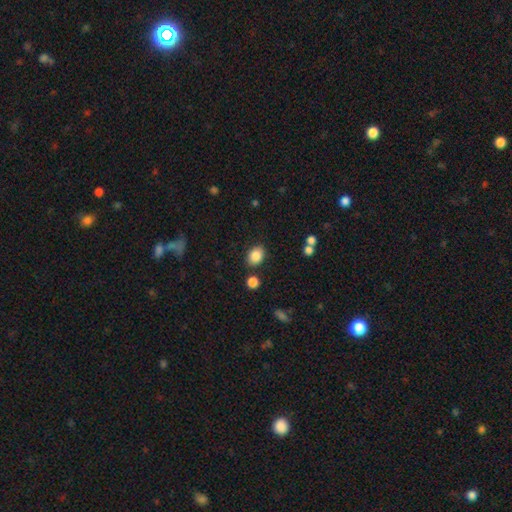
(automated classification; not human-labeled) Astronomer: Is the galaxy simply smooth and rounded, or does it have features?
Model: smooth — 85%.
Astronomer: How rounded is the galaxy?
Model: in between — 64%.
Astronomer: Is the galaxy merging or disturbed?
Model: none — 82%.